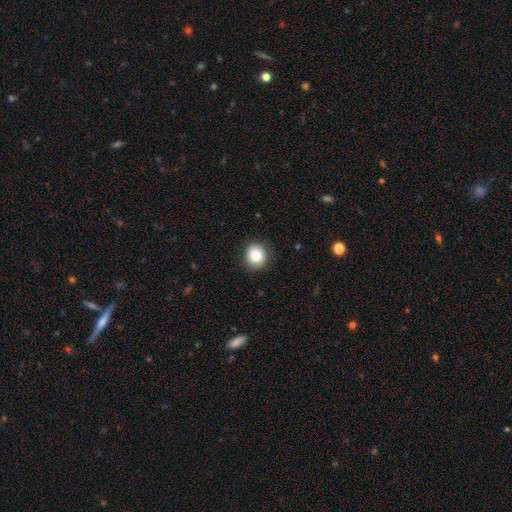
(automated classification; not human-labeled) Smooth or featured? smooth (86%)
How rounded? round (79%)
Merging? none (88%)